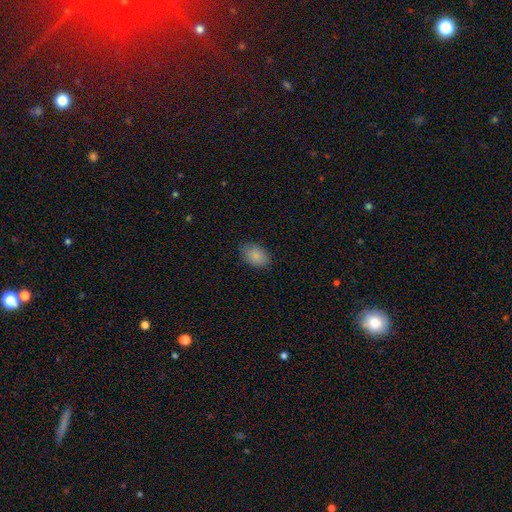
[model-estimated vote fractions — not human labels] This is clearly a smooth galaxy (87%). How rounded: clearly in between (85%). Merging: clearly none (82%).